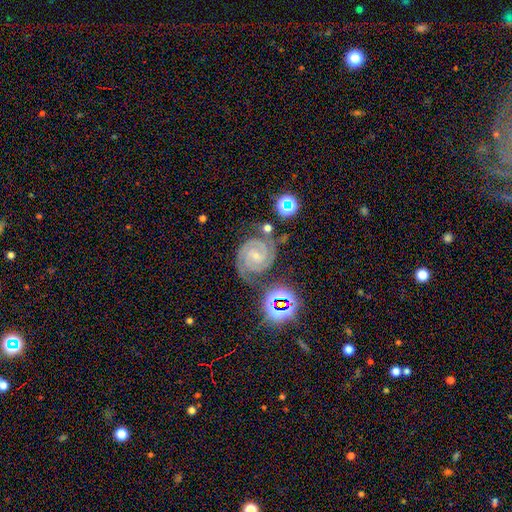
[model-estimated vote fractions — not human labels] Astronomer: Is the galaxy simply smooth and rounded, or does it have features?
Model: featured or disk — 88%.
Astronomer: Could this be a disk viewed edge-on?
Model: no — 98%.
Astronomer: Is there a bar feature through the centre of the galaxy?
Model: no — 48% (runner-up: weak, 38%).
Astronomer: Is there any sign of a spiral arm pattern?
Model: yes — 99%.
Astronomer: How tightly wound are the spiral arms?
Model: tight — 76%.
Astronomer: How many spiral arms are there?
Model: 2 — 75%.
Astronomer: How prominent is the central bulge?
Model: small — 71%.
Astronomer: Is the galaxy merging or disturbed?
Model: none — 69%.